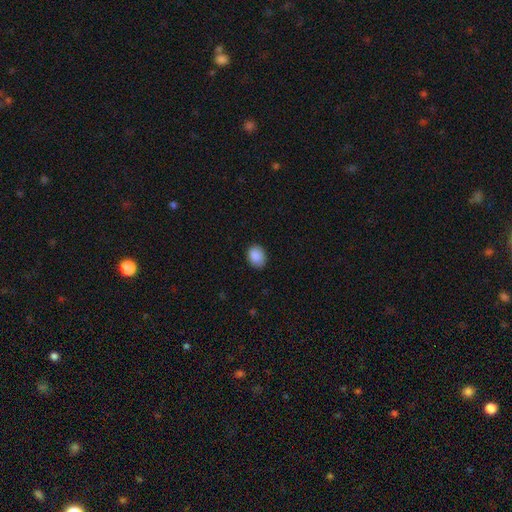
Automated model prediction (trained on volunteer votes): Q: Smooth or featured?
A: smooth (89%); runner-up: star or artifact (8%)
Q: How rounded?
A: in between (56%); runner-up: round (43%)
Q: Merging?
A: none (85%); runner-up: minor disturbance (12%)